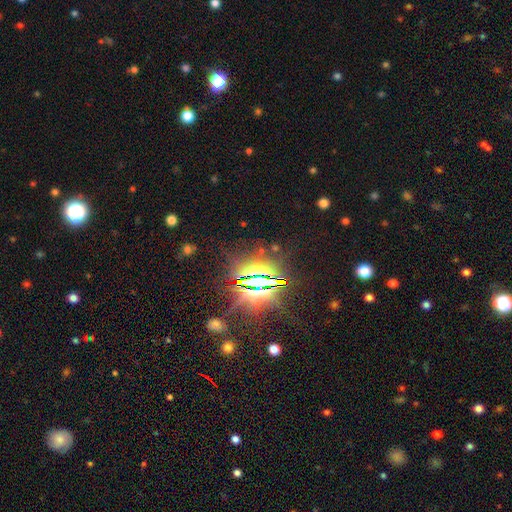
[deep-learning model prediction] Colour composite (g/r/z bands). It shows a star or artifact, not a galaxy (86%).